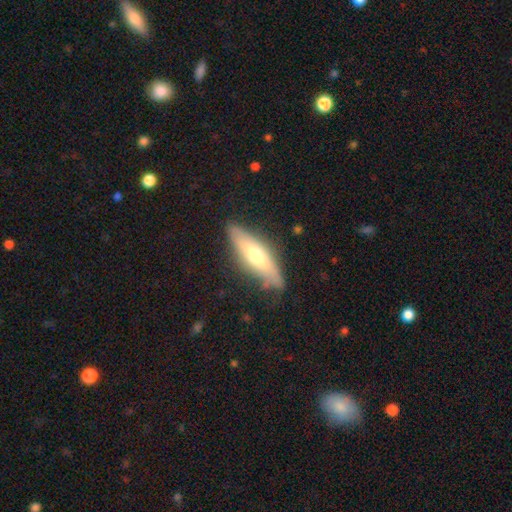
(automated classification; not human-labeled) The model was most divided on "smooth or featured": featured or disk: 48%, smooth: 46%, star or artifact: 6%. More confident: merging — none (79%).